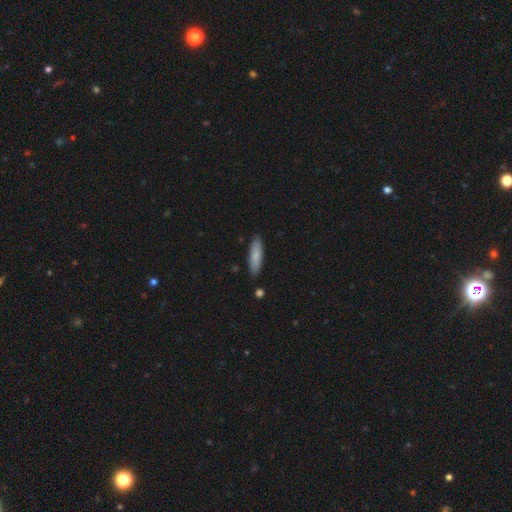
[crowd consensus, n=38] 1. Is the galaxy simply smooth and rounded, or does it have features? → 84% smooth, 13% featured or disk, 3% star or artifact.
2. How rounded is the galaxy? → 78% cigar-shaped, 22% in between, 0% round.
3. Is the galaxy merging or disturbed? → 95% none, 5% minor disturbance, 0% major disturbance, 0% merger.